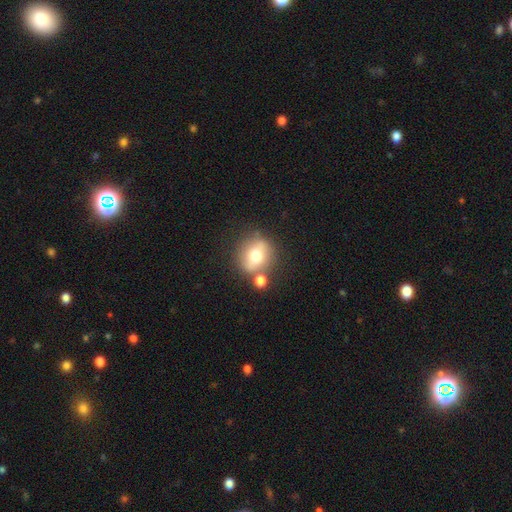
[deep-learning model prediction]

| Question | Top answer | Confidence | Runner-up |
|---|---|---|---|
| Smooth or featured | smooth | 62% | featured or disk (28%) |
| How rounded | round | 74% | in between (24%) |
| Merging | none | 67% | merger (15%) |